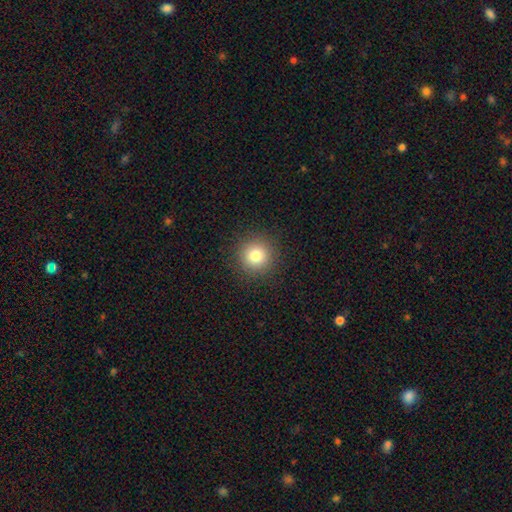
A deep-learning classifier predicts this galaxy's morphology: The model was most divided on "smooth or featured": smooth: 80%, star or artifact: 13%, featured or disk: 8%. More confident: how rounded — round (95%); merging — none (91%).